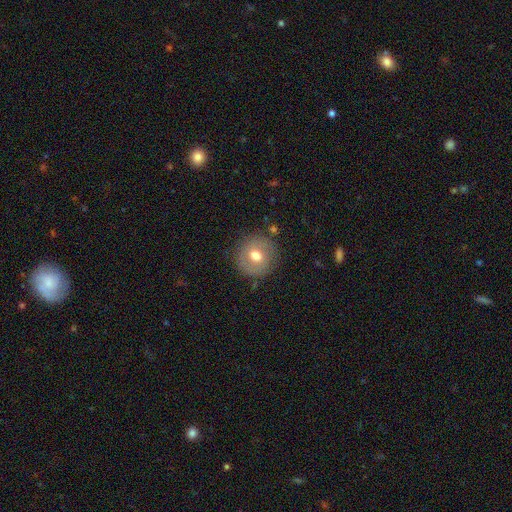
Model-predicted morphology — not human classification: Smooth or featured? Predicted: smooth (p=0.65). How rounded? Predicted: round (p=0.92). Merging? Predicted: none (p=0.85).